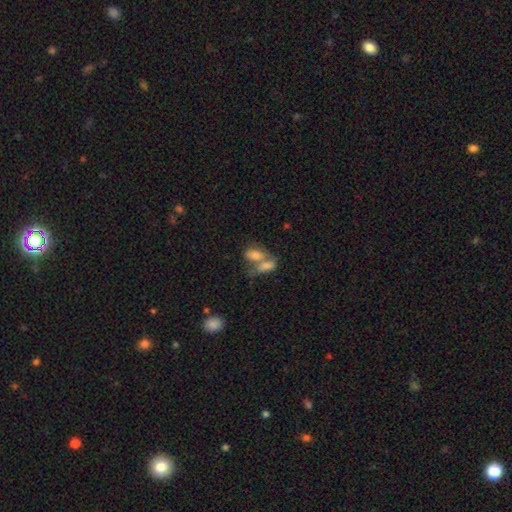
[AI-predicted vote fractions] Smooth or featured? Predicted: smooth (p=0.74). How rounded? Predicted: in between (p=0.85). Merging? Predicted: merger (p=0.61).